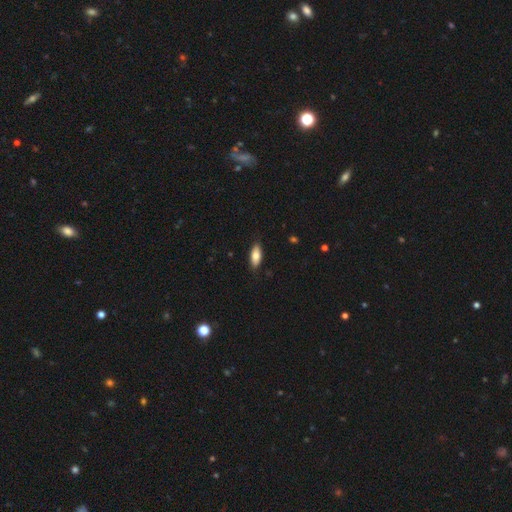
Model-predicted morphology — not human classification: This is likely a smooth galaxy (77%). How rounded: clearly in between (82%). Merging: clearly none (86%).